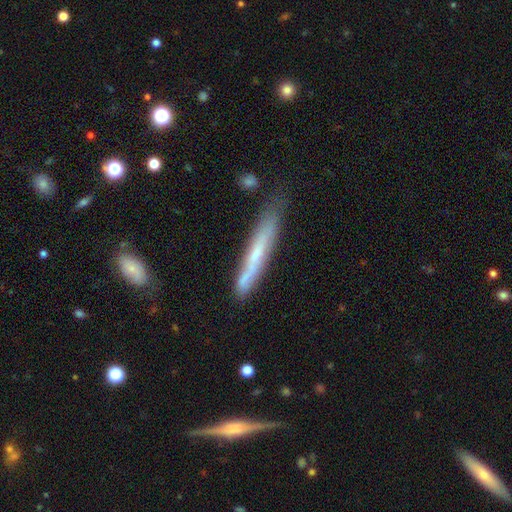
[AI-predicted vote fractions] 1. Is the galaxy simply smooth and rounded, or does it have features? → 50% featured or disk, 43% smooth, 7% star or artifact.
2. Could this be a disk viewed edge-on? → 83% yes, 17% no.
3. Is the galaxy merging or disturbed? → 68% none, 24% minor disturbance, 5% major disturbance, 4% merger.